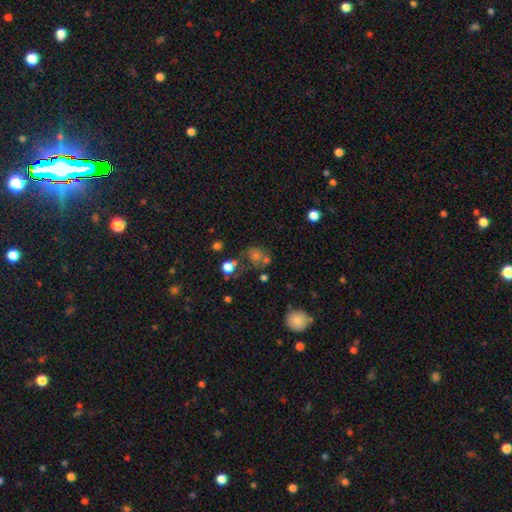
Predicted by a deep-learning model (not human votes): Smooth or featured? smooth (47%)
Merging? none (49%)